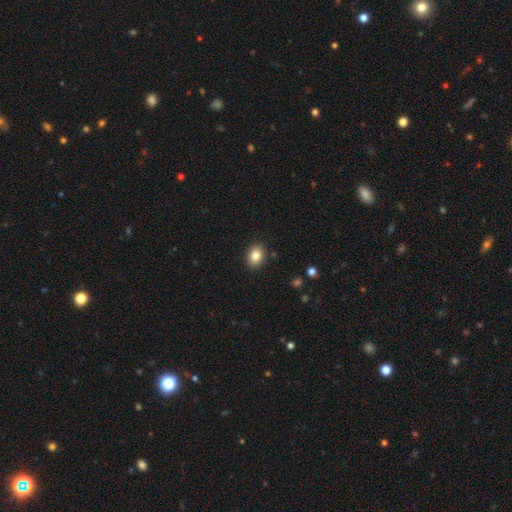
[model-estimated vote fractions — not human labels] smooth 84%, star or artifact 9%, featured or disk 7%. Down the decision tree: how rounded — in between (63%); merging — none (89%).